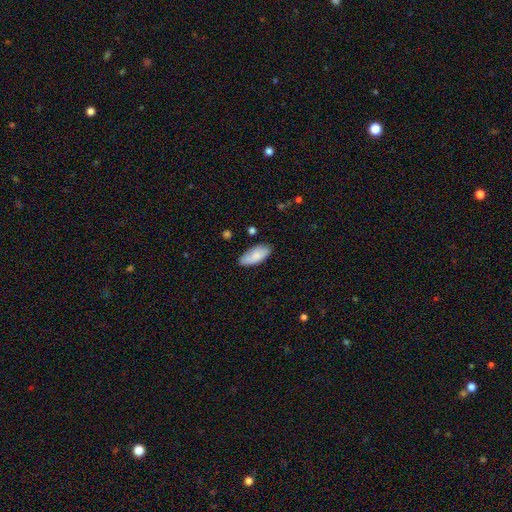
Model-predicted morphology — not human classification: smooth_or_featured: smooth (p=0.83) [alt: featured or disk p=0.11]
how_rounded: in between (p=0.88) [alt: cigar-shaped p=0.10]
merging: none (p=0.80) [alt: minor disturbance p=0.16]